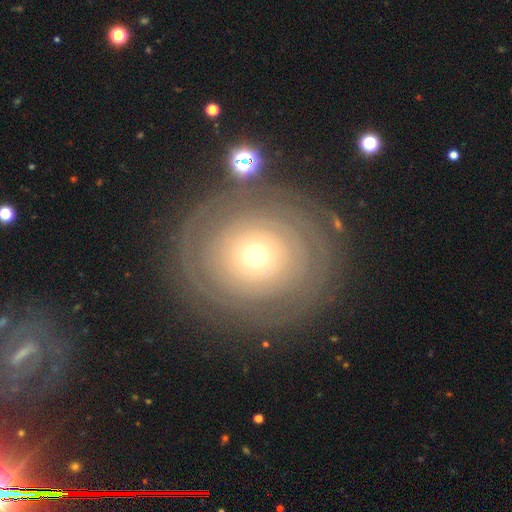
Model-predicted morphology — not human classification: Smooth or featured? featured or disk (66%)
Edge-on disk? no (96%)
Bar? no (89%)
Spiral arms? yes (69%)
Bulge size? small (63%)
Merging? none (82%)